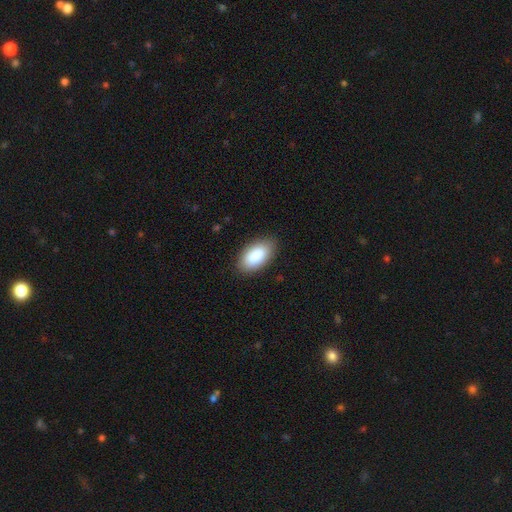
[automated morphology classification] A smooth galaxy with no disk features (89%) that is in between round and cigar-shaped (95%). Merging: none (85%).